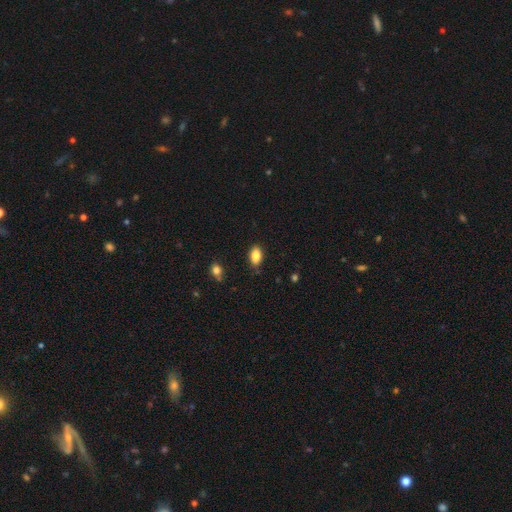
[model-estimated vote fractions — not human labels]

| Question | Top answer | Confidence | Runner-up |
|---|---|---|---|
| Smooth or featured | smooth | 85% | star or artifact (8%) |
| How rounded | in between | 90% | round (8%) |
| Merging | none | 83% | minor disturbance (13%) |